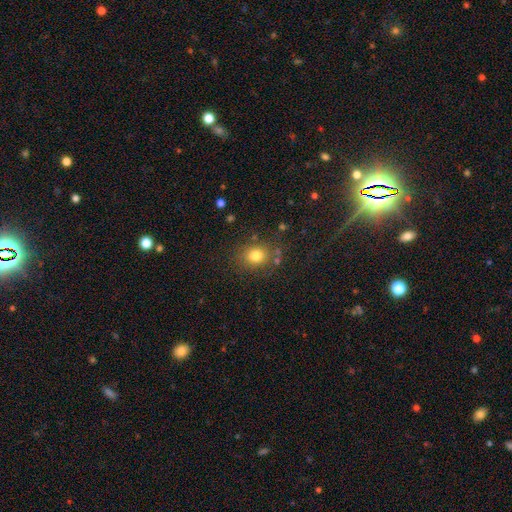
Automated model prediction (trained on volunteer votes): smooth 78%, star or artifact 14%, featured or disk 8%. Down the decision tree: how rounded — round (71%); merging — none (78%).